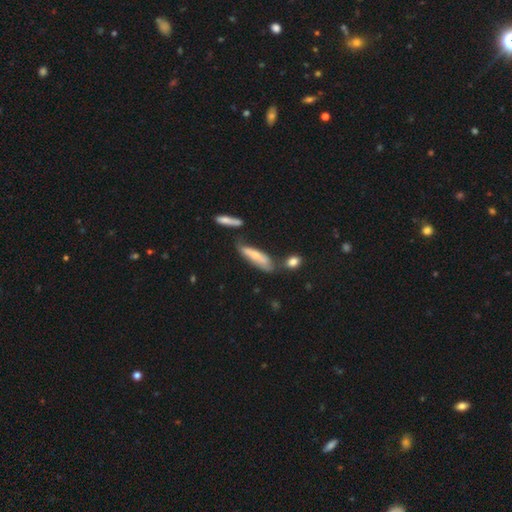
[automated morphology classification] A smooth galaxy with no disk features (60%) that is cigar-shaped (62%). Merging: none (46%).